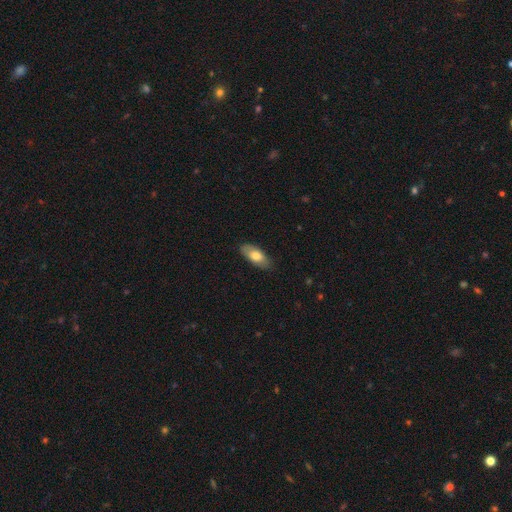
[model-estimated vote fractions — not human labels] Overall: smooth (72%). How rounded: in between (87%). Merging: none (82%).